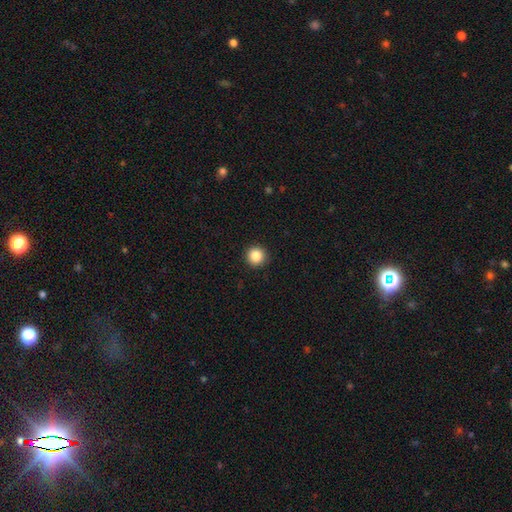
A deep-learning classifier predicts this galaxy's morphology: This appears to be a smooth galaxy with no disk features (87%) that is round (96%). Merging: none (93%).